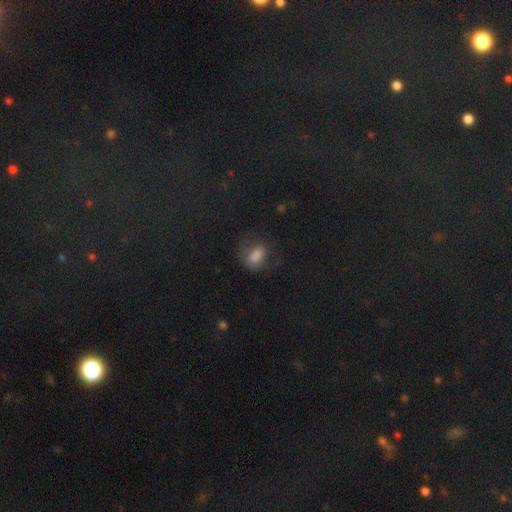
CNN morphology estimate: smooth_or_featured: smooth (p=0.68) [alt: featured or disk p=0.17]
how_rounded: in between (p=0.73) [alt: round p=0.25]
merging: none (p=0.56) [alt: minor disturbance p=0.23]